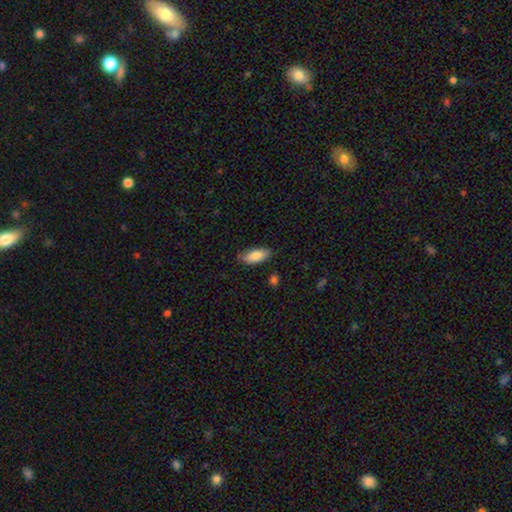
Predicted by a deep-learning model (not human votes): Smooth or featured?
  - smooth: 83% *
  - featured or disk: 11%
  - star or artifact: 6%
How rounded?
  - in between: 83% *
  - cigar-shaped: 15%
  - round: 2%
Merging?
  - none: 77% *
  - minor disturbance: 18%
  - major disturbance: 3%
  - merger: 2%